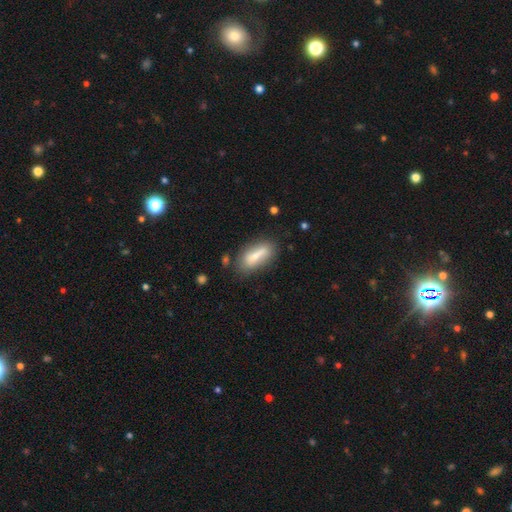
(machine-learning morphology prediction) Overall: smooth (69%). How rounded: in between (69%). Merging: none (70%).